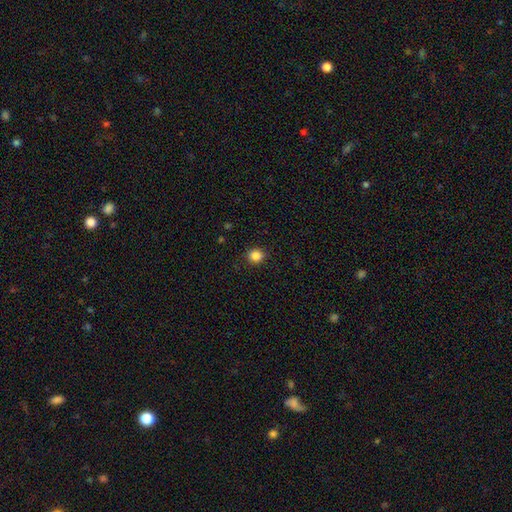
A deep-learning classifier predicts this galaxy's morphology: A smooth galaxy with no disk features (85%) that is round (85%). Merging: none (91%).